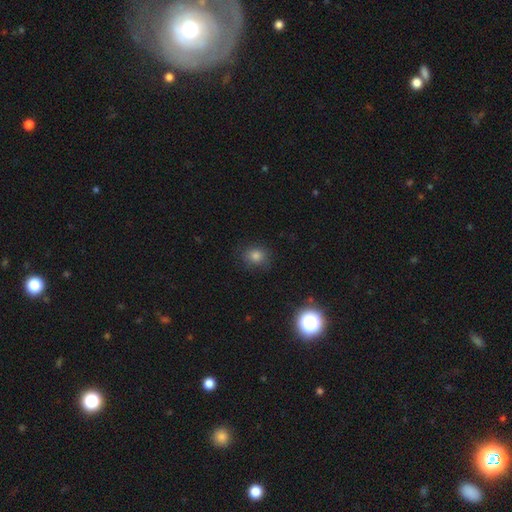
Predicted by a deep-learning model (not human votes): smooth-or-featured: smooth: 77% | star or artifact: 16% | featured or disk: 7%
  how-rounded: round: 72% | in between: 27% | cigar-shaped: 1%
  merging: none: 82% | minor disturbance: 13% | major disturbance: 4% | merger: 1%